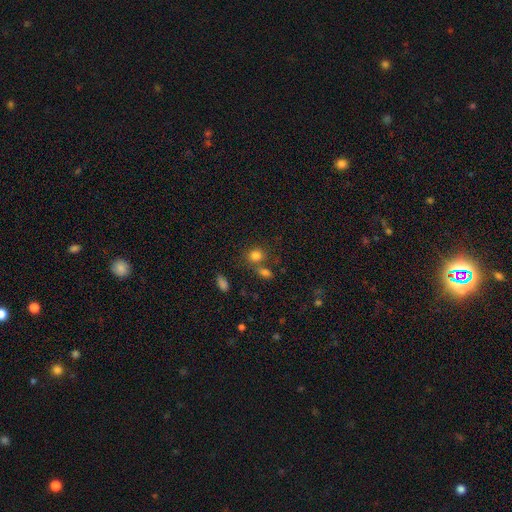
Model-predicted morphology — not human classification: This appears to be a smooth galaxy with no disk features (80%) that is round (74%). Merging: none (57%).